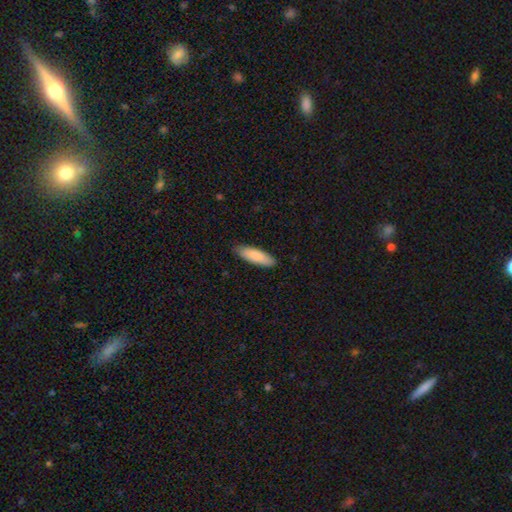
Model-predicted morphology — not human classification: Smooth or featured? Predicted: smooth (p=0.86). How rounded? Predicted: in between (p=0.51). Merging? Predicted: none (p=0.86).